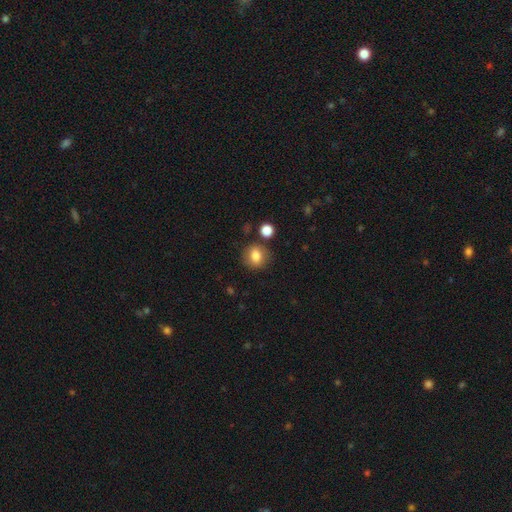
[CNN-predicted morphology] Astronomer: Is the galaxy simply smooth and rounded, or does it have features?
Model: smooth — 80%.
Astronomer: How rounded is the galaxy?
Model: round — 70%.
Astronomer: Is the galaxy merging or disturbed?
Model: none — 81%.